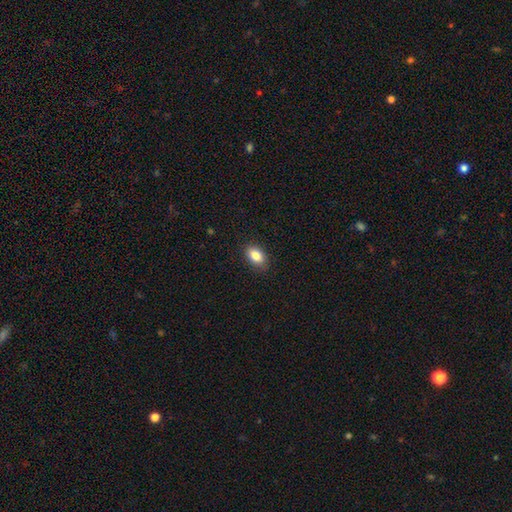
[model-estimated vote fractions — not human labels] Overall: smooth (85%). How rounded: in between (88%). Merging: none (87%).